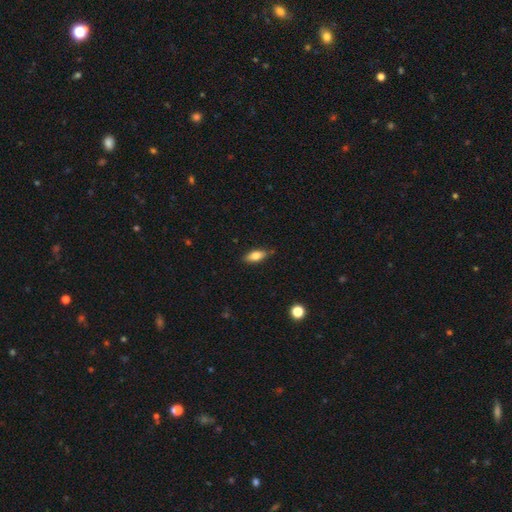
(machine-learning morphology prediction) Smooth or featured? Predicted: smooth (p=0.72). How rounded? Predicted: in between (p=0.77). Merging? Predicted: none (p=0.81).